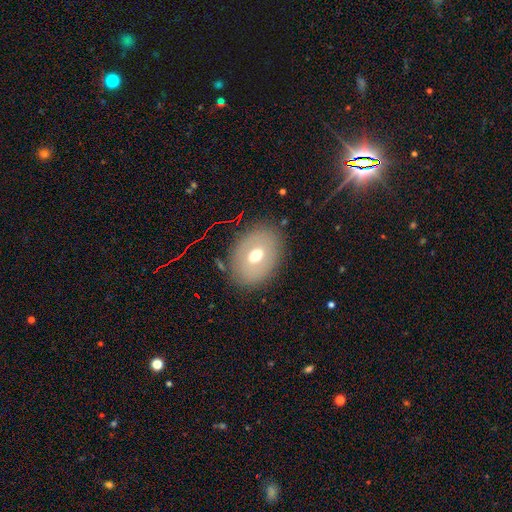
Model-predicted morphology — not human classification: Overall: smooth (59%; featured or disk 31%). How rounded: in between (70%). Merging: none (83%).